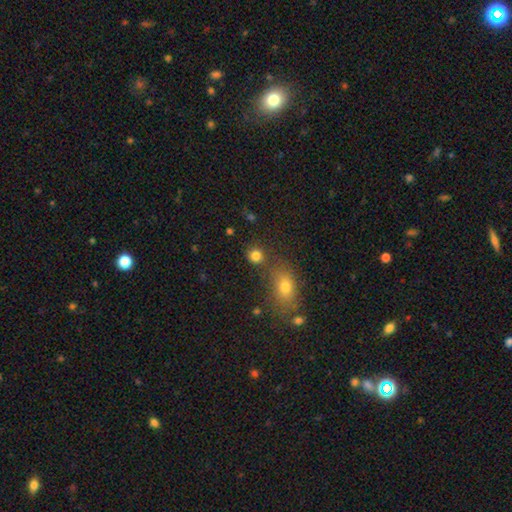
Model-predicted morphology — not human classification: Smooth or featured?
  - smooth: 82% *
  - star or artifact: 13%
  - featured or disk: 6%
How rounded?
  - round: 81% *
  - in between: 17%
  - cigar-shaped: 1%
Merging?
  - none: 72% *
  - merger: 15%
  - minor disturbance: 10%
  - major disturbance: 4%